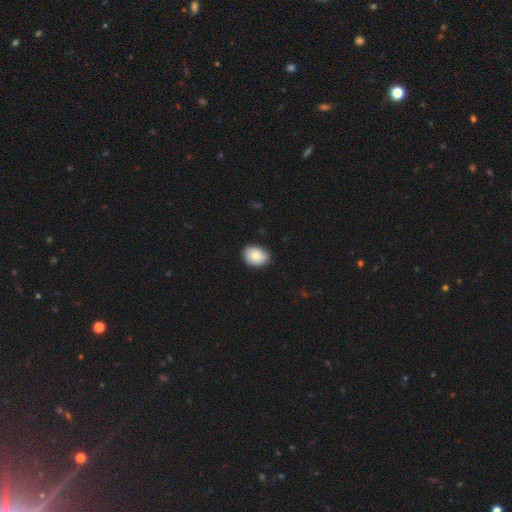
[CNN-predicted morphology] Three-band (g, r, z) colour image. It shows a smooth galaxy with no disk features (85%) that is in between round and cigar-shaped (63%). Merging: none (83%).